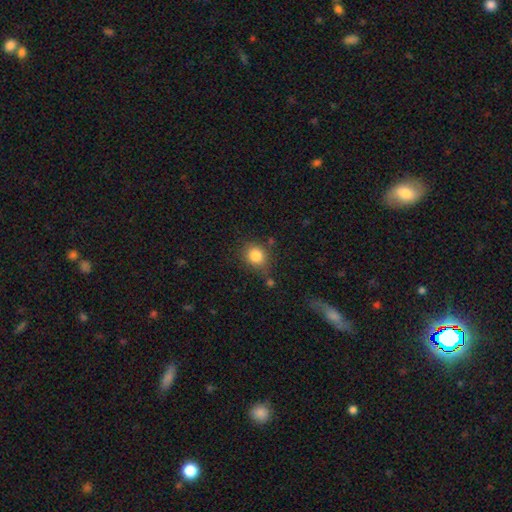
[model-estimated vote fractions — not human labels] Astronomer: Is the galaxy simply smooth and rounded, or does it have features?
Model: smooth — 83%.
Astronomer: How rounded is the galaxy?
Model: round — 75%.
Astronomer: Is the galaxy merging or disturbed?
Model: none — 72%.